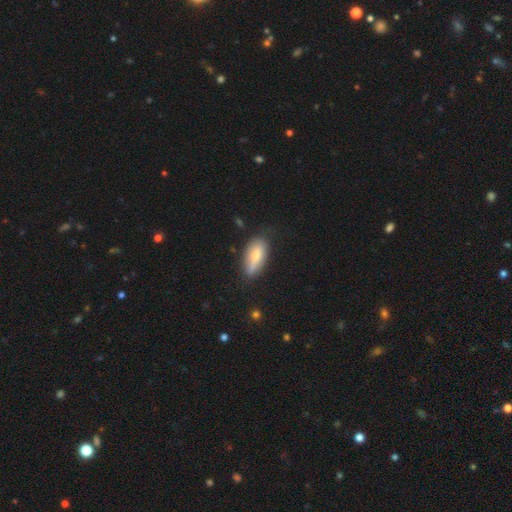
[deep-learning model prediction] Smooth or featured?
  - smooth: 65% *
  - featured or disk: 29%
  - star or artifact: 7%
How rounded?
  - in between: 73% *
  - cigar-shaped: 24%
  - round: 3%
Merging?
  - none: 68% *
  - minor disturbance: 24%
  - major disturbance: 5%
  - merger: 3%